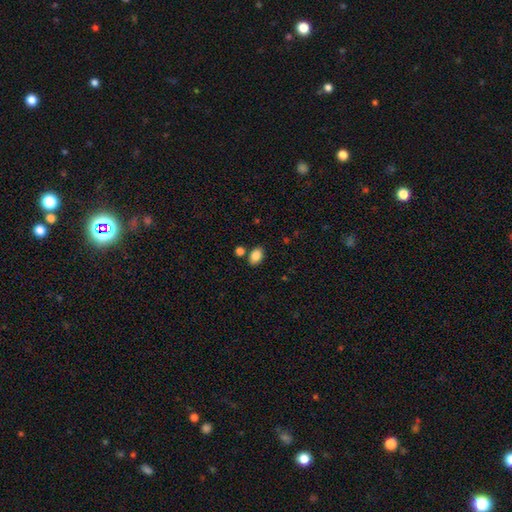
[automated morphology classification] smooth-or-featured: smooth: 87% | star or artifact: 8% | featured or disk: 5%
  how-rounded: in between: 87% | round: 12% | cigar-shaped: 1%
  merging: none: 79% | minor disturbance: 10% | merger: 8% | major disturbance: 3%